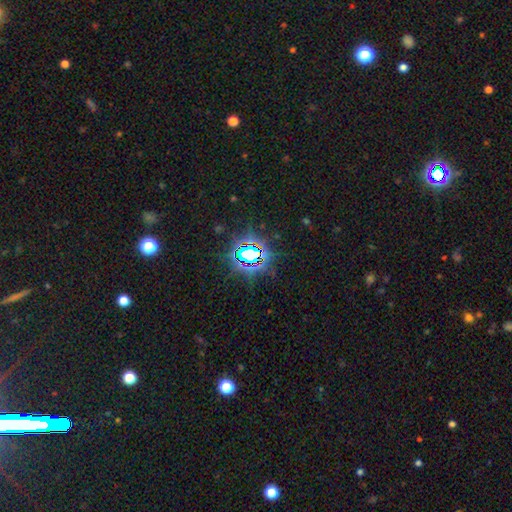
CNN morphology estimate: Smooth or featured: star or artifact — 79% (smooth — 12%)